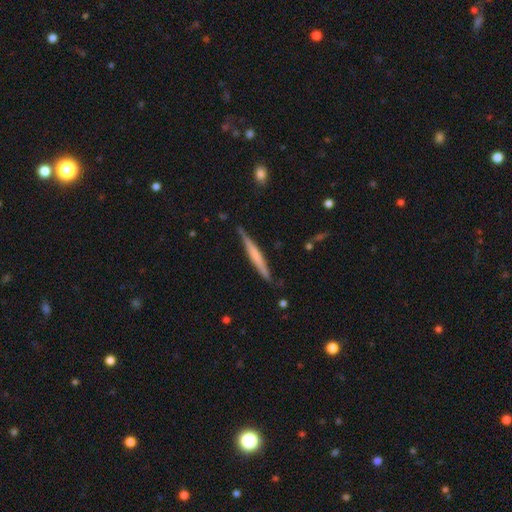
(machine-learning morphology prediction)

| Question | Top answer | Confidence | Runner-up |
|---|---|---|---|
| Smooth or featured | featured or disk | 53% | smooth (42%) |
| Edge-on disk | yes | 97% | no (3%) |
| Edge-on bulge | none | 58% | rounded (24%) |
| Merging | none | 85% | minor disturbance (12%) |